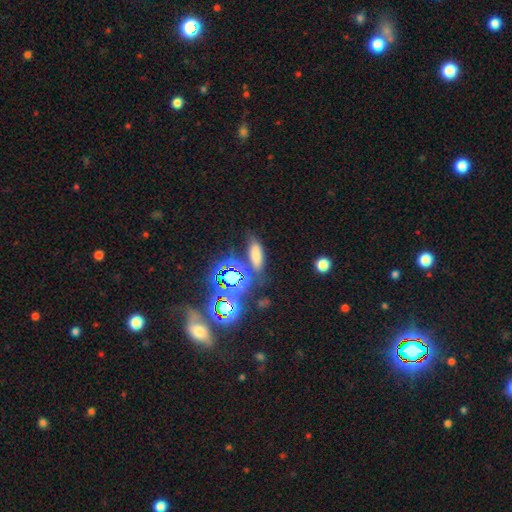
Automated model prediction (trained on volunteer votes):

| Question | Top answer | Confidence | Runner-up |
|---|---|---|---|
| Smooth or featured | smooth | 60% | star or artifact (28%) |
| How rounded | in between | 69% | cigar-shaped (19%) |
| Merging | none | 71% | minor disturbance (14%) |